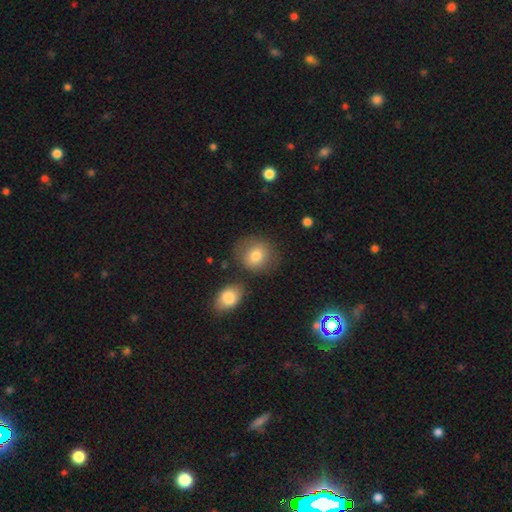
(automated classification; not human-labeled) Smooth or featured? Predicted: smooth (p=0.80). How rounded? Predicted: round (p=0.76). Merging? Predicted: none (p=0.73).